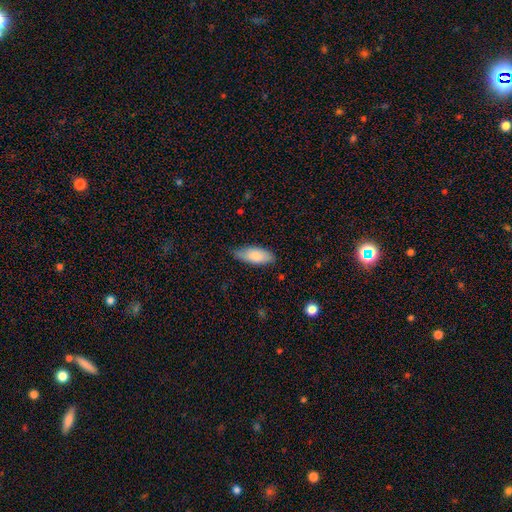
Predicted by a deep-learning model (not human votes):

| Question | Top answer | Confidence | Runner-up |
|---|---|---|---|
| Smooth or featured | smooth | 84% | featured or disk (11%) |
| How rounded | in between | 78% | cigar-shaped (20%) |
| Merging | none | 75% | minor disturbance (21%) |